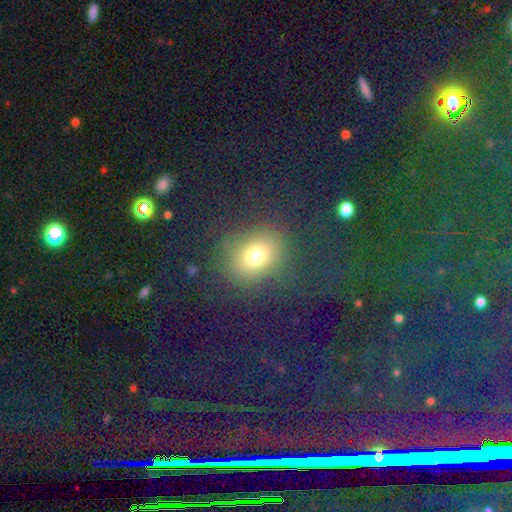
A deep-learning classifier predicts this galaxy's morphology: Smooth or featured?
  - smooth: 72% *
  - star or artifact: 17%
  - featured or disk: 10%
How rounded?
  - round: 62% *
  - in between: 36%
  - cigar-shaped: 1%
Merging?
  - none: 78% *
  - minor disturbance: 11%
  - major disturbance: 9%
  - merger: 2%